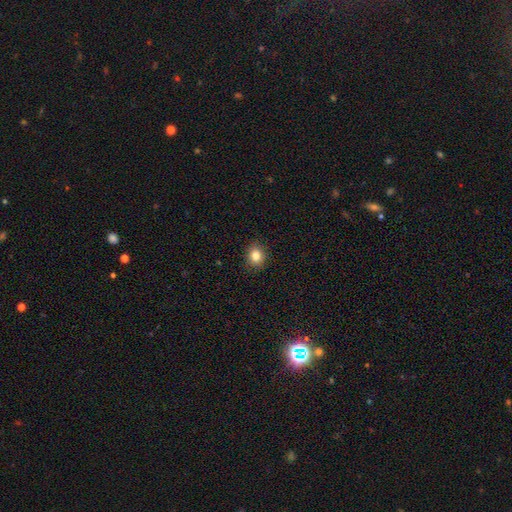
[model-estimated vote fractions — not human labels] This appears to be a smooth galaxy with no disk features (83%) that is round (65%). Merging: none (89%).